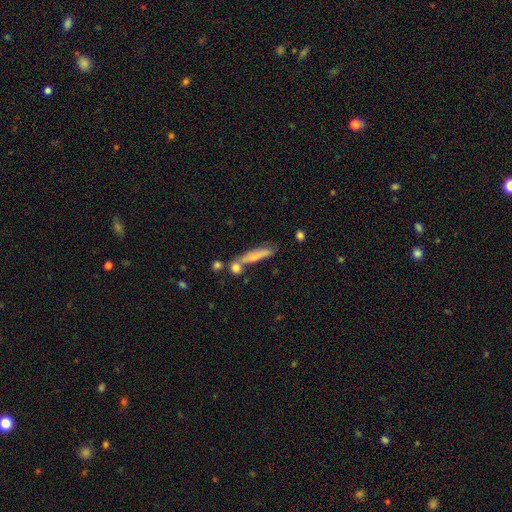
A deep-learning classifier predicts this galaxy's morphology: This is likely a smooth galaxy (70%). How rounded: clearly cigar-shaped (82%). Merging: possibly none (55%).